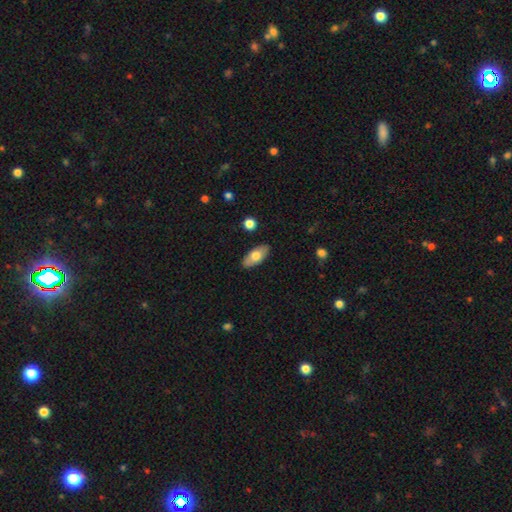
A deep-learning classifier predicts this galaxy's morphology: Overall: smooth (67%). How rounded: in between (88%). Merging: none (87%).